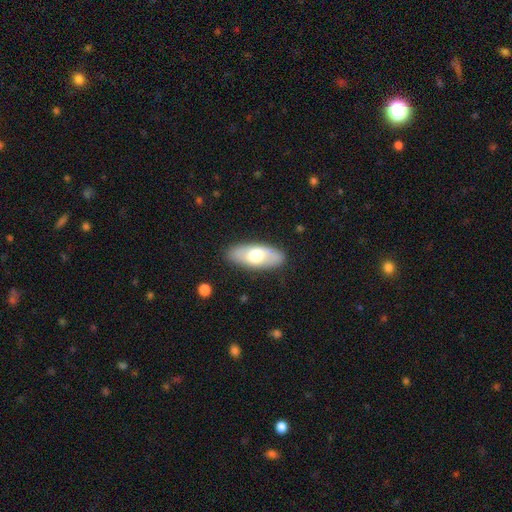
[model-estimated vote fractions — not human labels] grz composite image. It shows a smooth galaxy with no disk features (62%) that is in between round and cigar-shaped (82%). Merging: none (85%).